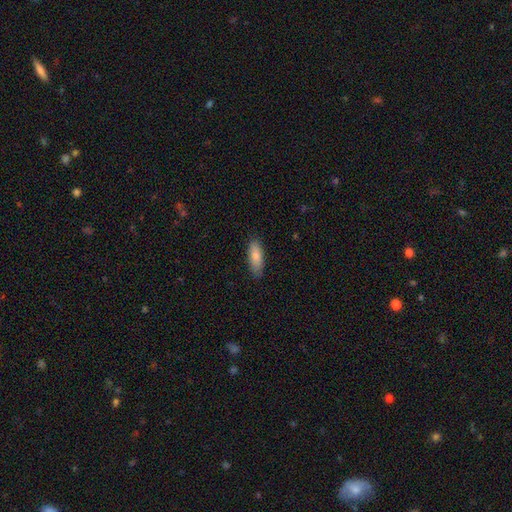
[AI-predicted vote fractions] This appears to be a smooth galaxy with no disk features (81%) that is in between round and cigar-shaped (68%). Merging: none (83%).